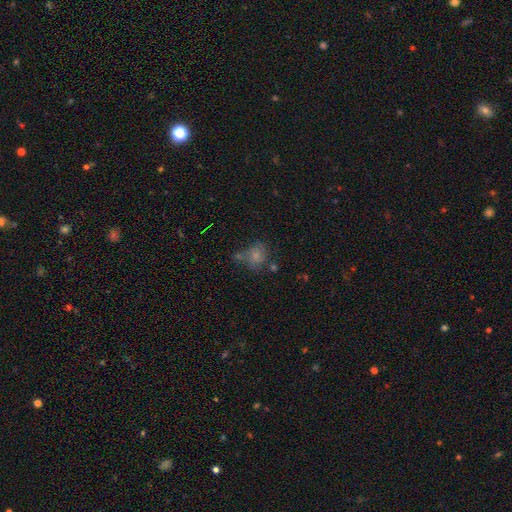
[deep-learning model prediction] Overall: smooth (72%). How rounded: round (66%; in between 32%). Merging: none (52%; merger 21%).